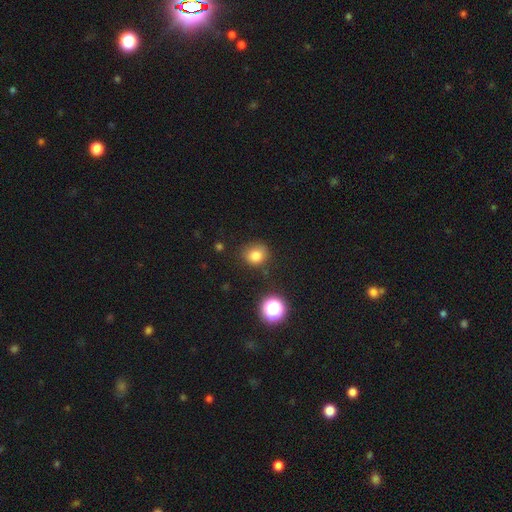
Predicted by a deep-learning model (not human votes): Smooth or featured? smooth (80%)
How rounded? round (76%)
Merging? none (75%)